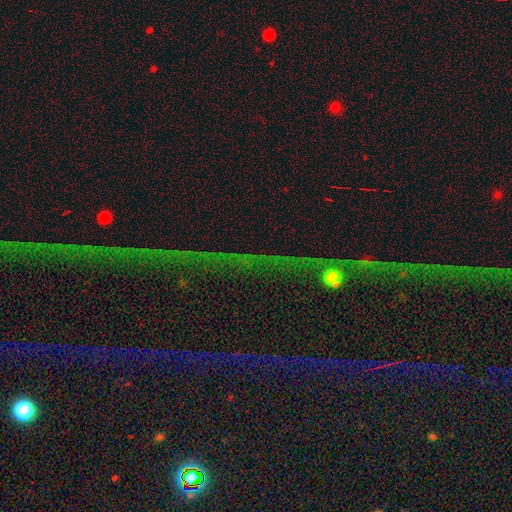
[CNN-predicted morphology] smooth_or_featured: star or artifact (p=0.82) [alt: featured or disk p=0.10]